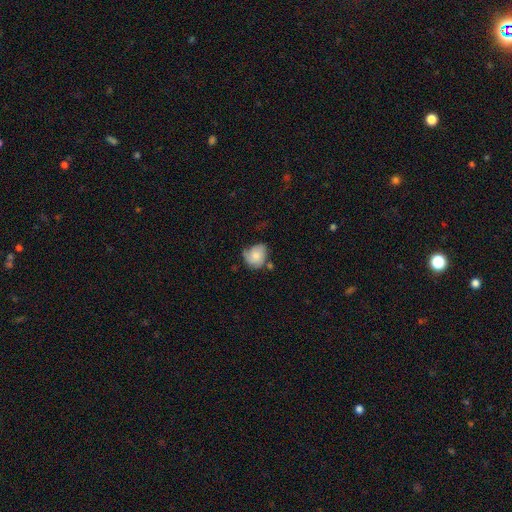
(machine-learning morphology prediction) Smooth or featured: smooth — 65% (featured or disk — 28%)
How rounded: round — 64% (in between — 35%)
Merging: none — 43% (minor disturbance — 36%)